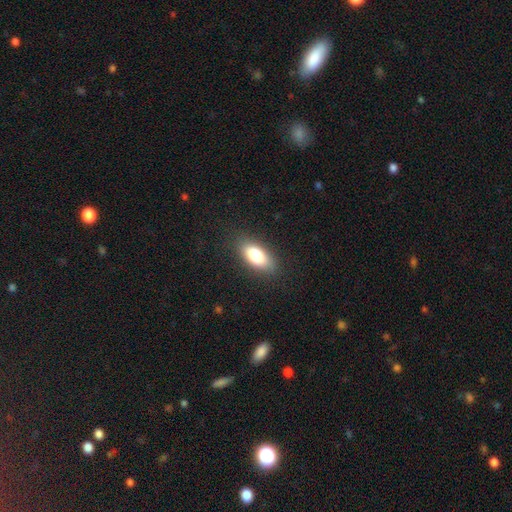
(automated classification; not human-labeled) Morphology: type=smooth (82%); roundness=in between (86%); merging=none (85%).